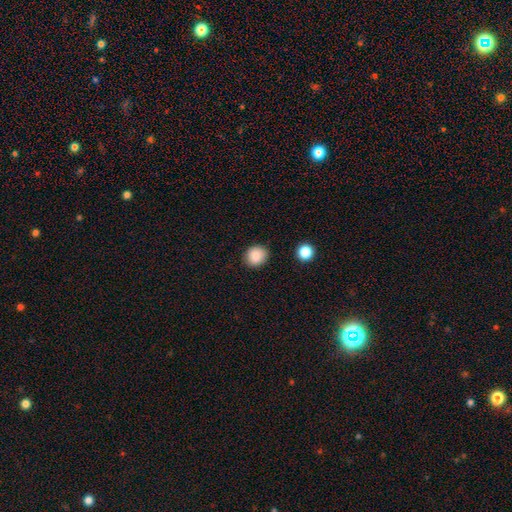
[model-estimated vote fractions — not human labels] This appears to be a smooth galaxy with no disk features (87%) that is round (83%). Merging: none (87%).